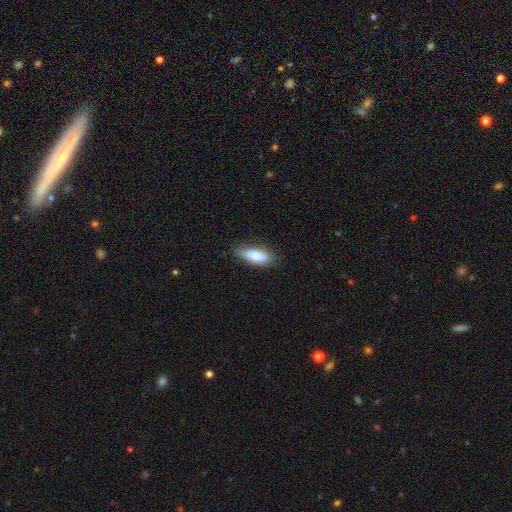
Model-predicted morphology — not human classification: smooth 79%, featured or disk 15%, star or artifact 6%. Down the decision tree: how rounded — in between (66%); merging — none (79%).